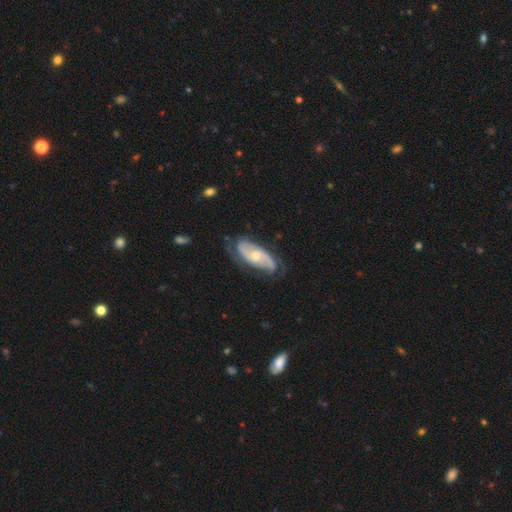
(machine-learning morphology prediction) The model was most divided on "bulge size": small: 53%, moderate: 43%, large: 2%, none: 2%, dominant: 1%. Remaining: spiral arms — yes (94%); edge-on disk — no (93%); smooth or featured — featured or disk (81%); spiral arm count — 2 (75%); merging — none (67%); bar — no (58%); spiral winding — medium (44%).